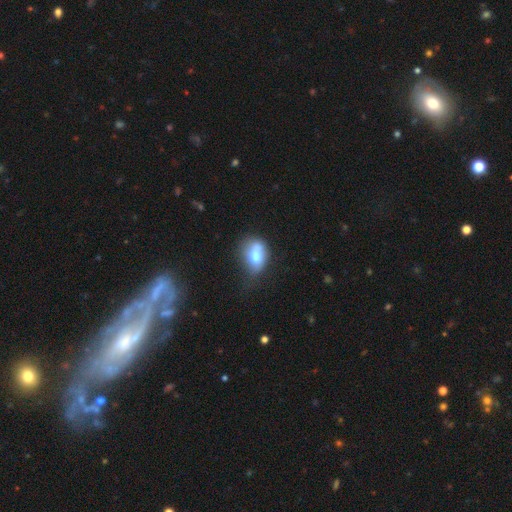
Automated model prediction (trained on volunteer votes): smooth-or-featured: smooth: 67% | featured or disk: 24% | star or artifact: 9%
  how-rounded: in between: 74% | round: 24% | cigar-shaped: 2%
  merging: none: 37% | minor disturbance: 34% | major disturbance: 17% | merger: 12%